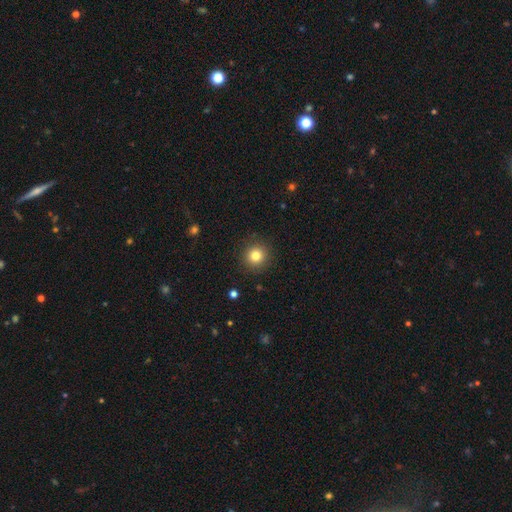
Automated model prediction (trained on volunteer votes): Morphology: type=smooth (82%); roundness=round (93%); merging=none (91%).